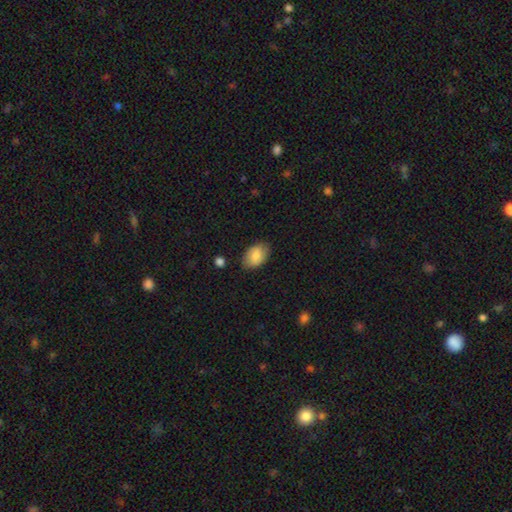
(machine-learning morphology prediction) smooth 77%, featured or disk 16%, star or artifact 7%. Down the decision tree: how rounded — in between (89%); merging — none (80%).